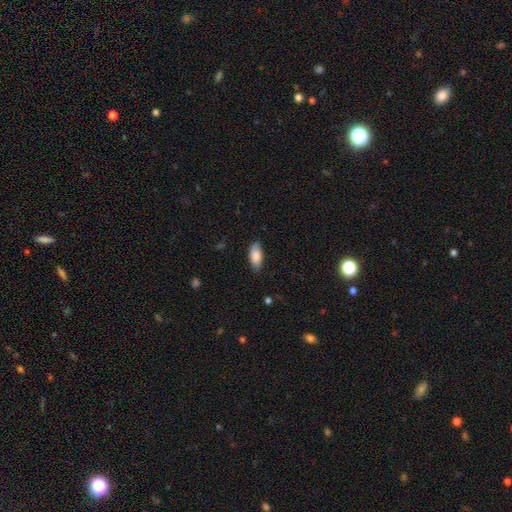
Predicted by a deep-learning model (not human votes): smooth_or_featured: smooth (p=0.86) [alt: featured or disk p=0.08]
how_rounded: in between (p=0.88) [alt: cigar-shaped p=0.09]
merging: none (p=0.79) [alt: minor disturbance p=0.17]